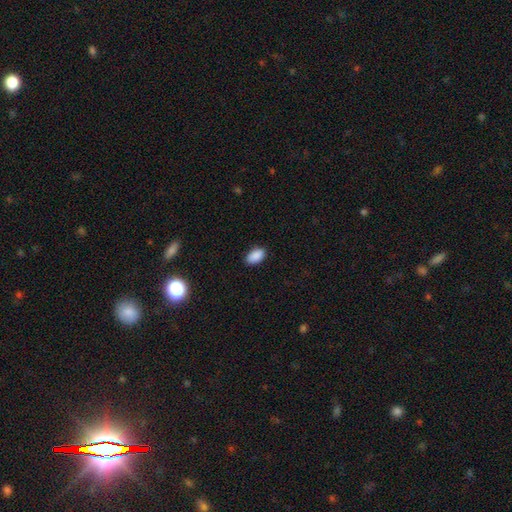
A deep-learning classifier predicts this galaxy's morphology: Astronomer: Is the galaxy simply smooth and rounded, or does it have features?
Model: smooth — 89%.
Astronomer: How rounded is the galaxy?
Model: in between — 93%.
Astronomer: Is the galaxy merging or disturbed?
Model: none — 88%.